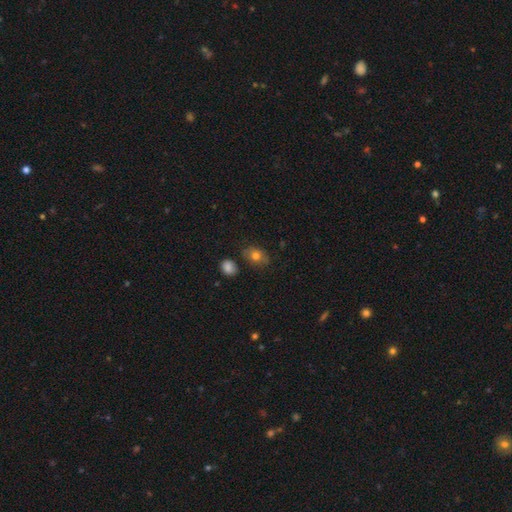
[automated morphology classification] Smooth or featured: star or artifact — 48% (smooth — 35%)